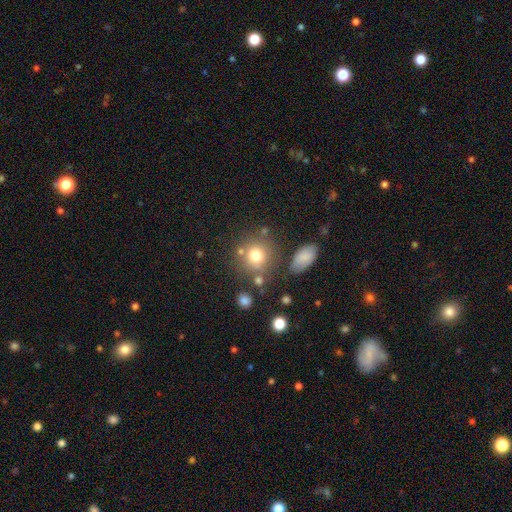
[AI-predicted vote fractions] smooth_or_featured: smooth (p=0.75) [alt: star or artifact p=0.13]
how_rounded: round (p=0.86) [alt: in between p=0.13]
merging: none (p=0.71) [alt: minor disturbance p=0.12]